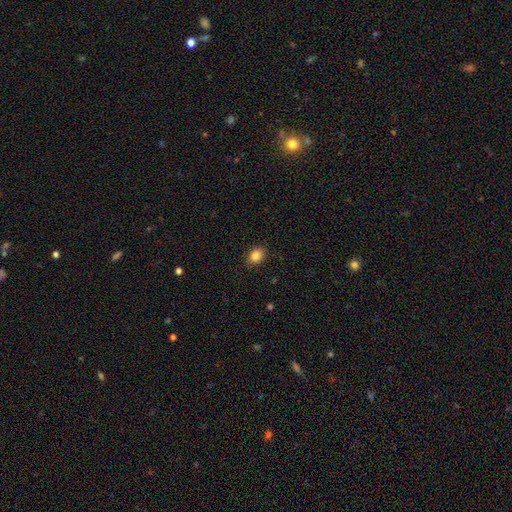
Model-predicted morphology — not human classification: Smooth or featured: smooth — 85% (star or artifact — 9%)
How rounded: in between — 67% (round — 32%)
Merging: none — 87% (minor disturbance — 10%)